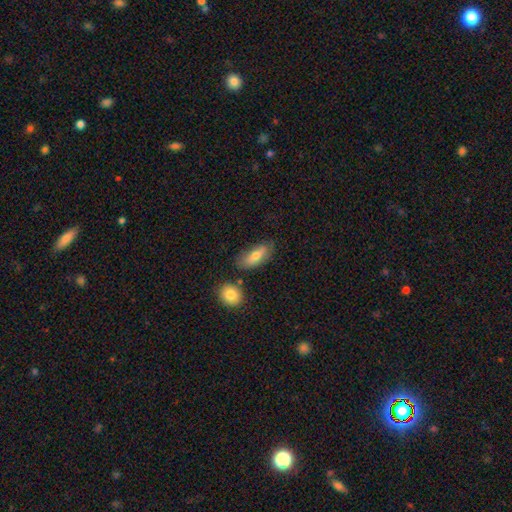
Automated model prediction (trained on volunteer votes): This appears to be a smooth galaxy with no disk features (69%) that is in between round and cigar-shaped (75%). Merging: none (68%).